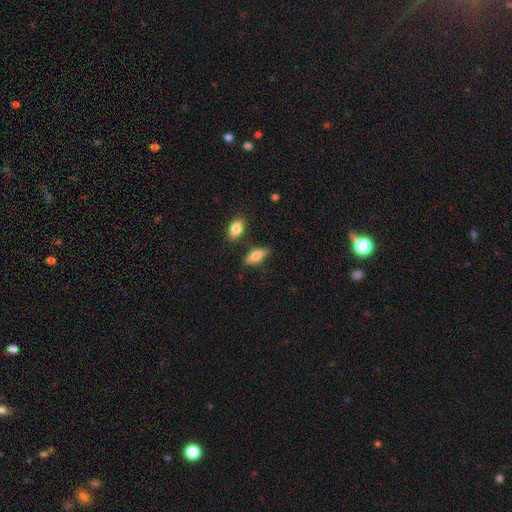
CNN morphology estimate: This appears to be a smooth galaxy with no disk features (69%) that is in between round and cigar-shaped (68%). Merging: none (78%).